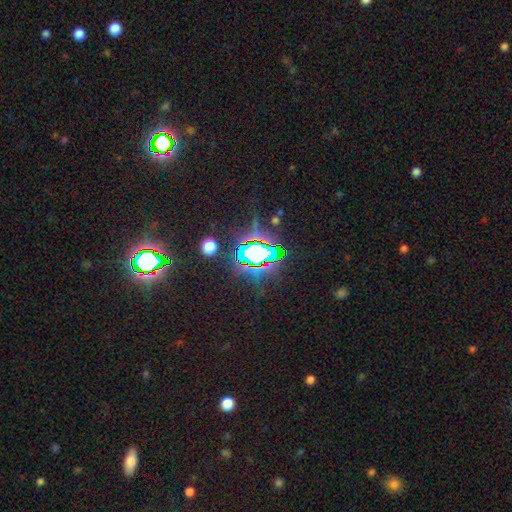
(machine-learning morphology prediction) smooth_or_featured: star or artifact (p=0.83) [alt: smooth p=0.09]